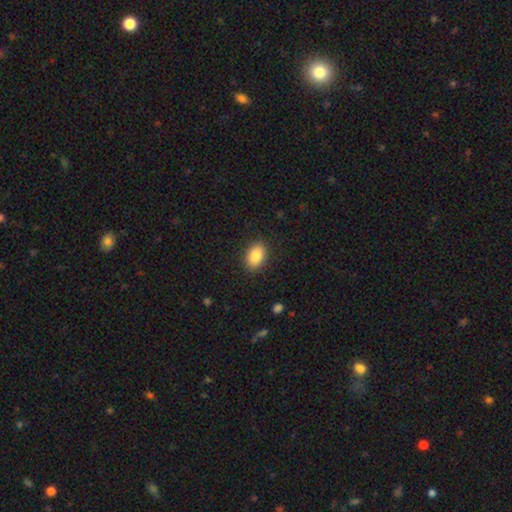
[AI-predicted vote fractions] This appears to be a smooth galaxy with no disk features (86%) that is in between round and cigar-shaped (86%). Merging: none (88%).